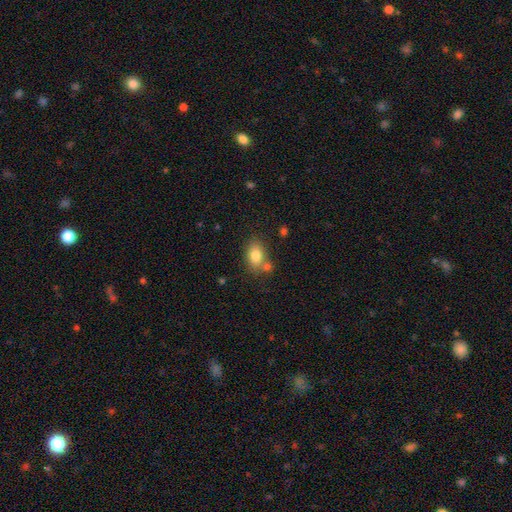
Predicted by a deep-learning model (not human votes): Q: Smooth or featured?
A: smooth (80%); runner-up: featured or disk (11%)
Q: How rounded?
A: in between (79%); runner-up: round (19%)
Q: Merging?
A: none (62%); runner-up: merger (19%)